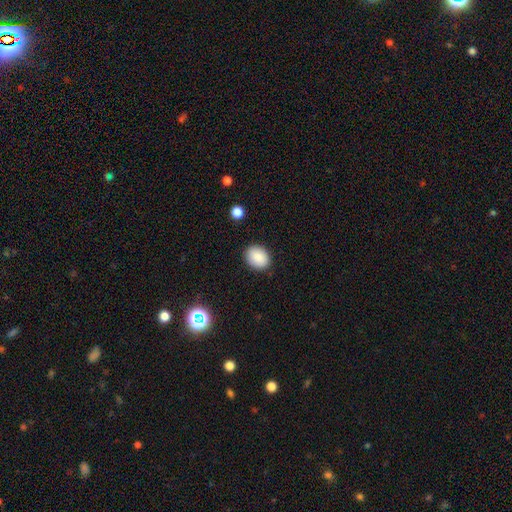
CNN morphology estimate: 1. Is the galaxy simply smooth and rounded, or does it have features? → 88% smooth, 8% star or artifact, 4% featured or disk.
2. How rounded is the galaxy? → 59% in between, 40% round, 1% cigar-shaped.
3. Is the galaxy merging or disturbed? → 87% none, 9% minor disturbance, 2% major disturbance, 1% merger.